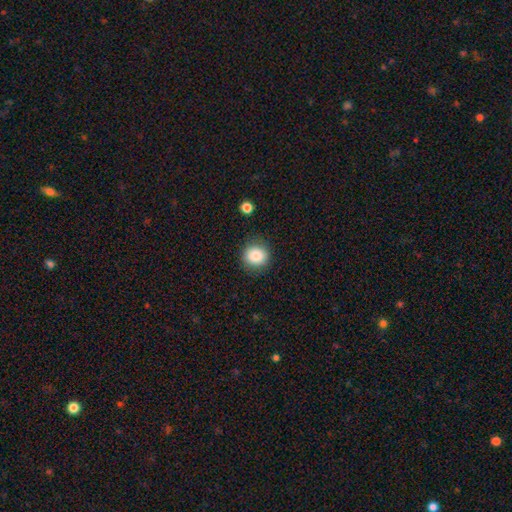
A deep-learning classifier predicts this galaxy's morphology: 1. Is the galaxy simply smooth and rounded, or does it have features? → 85% smooth, 10% star or artifact, 6% featured or disk.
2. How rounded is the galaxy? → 89% round, 10% in between, 1% cigar-shaped.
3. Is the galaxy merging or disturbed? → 86% none, 9% minor disturbance, 3% major disturbance, 2% merger.